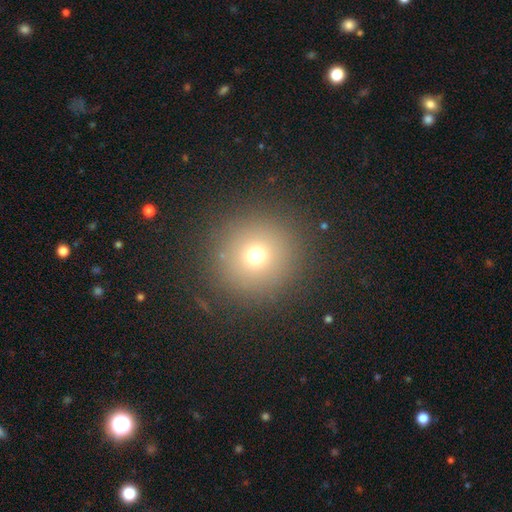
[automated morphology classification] This is likely a smooth galaxy (70%). How rounded: clearly round (95%). Merging: clearly none (89%).